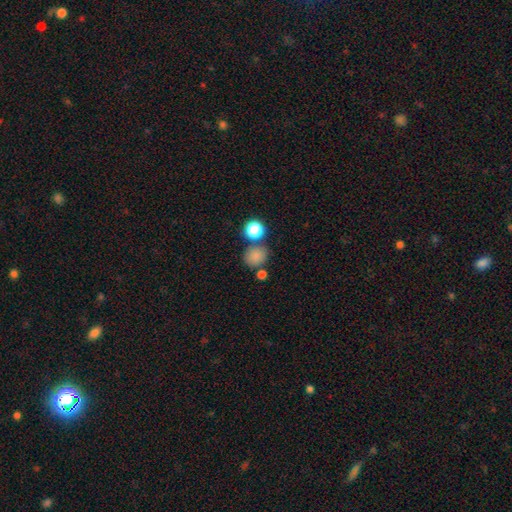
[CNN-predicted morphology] A smooth galaxy with no disk features (82%) that is round (75%).

Vote fractions:
- Smooth or featured? smooth: 82% / star or artifact: 13% / featured or disk: 5%
- How rounded? round: 75% / in between: 24% / cigar-shaped: 1%
- Merging? none: 67% / merger: 17% / minor disturbance: 12% / major disturbance: 4%